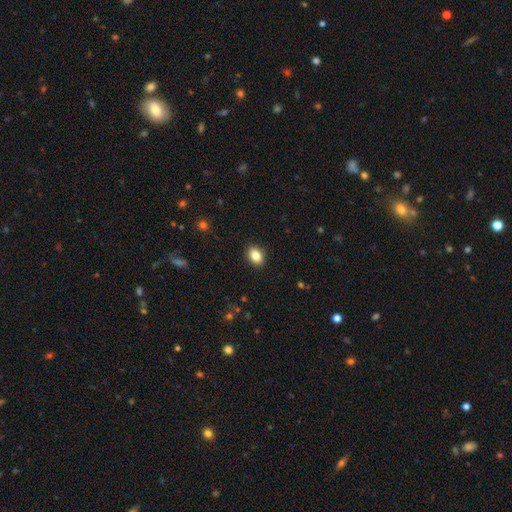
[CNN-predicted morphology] This appears to be a smooth galaxy with no disk features (86%) that is in between round and cigar-shaped (75%). Merging: none (90%).